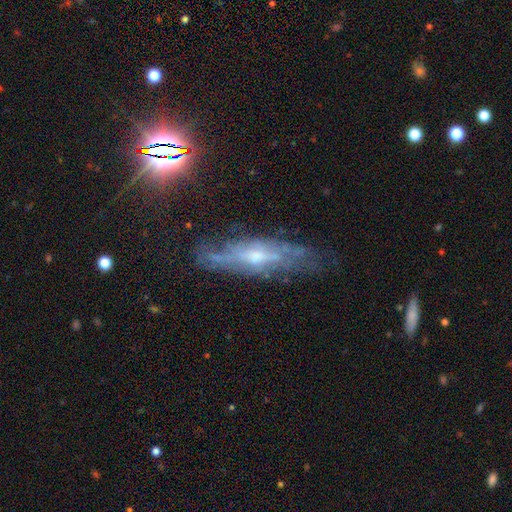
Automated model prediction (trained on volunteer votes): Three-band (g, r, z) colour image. It shows a featured or disk galaxy (68%). Merging: none (66%).